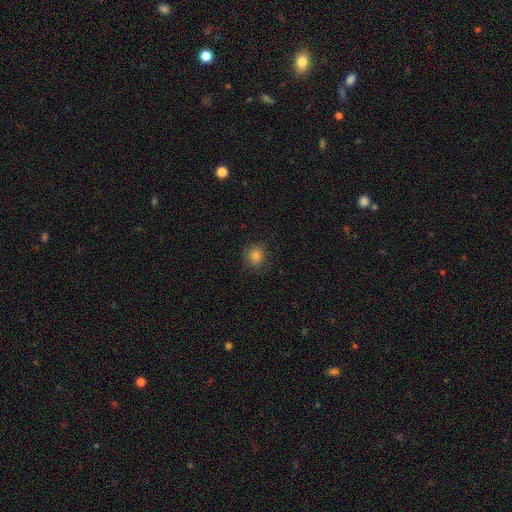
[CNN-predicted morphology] Smooth or featured? smooth (81%)
How rounded? round (79%)
Merging? none (80%)